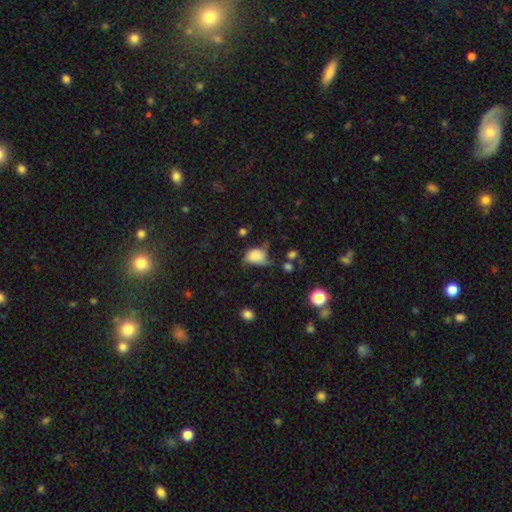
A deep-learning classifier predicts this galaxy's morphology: A smooth galaxy with no disk features (73%) that is in between round and cigar-shaped (67%).

Vote fractions:
- Smooth or featured? smooth: 73% / featured or disk: 17% / star or artifact: 11%
- How rounded? in between: 67% / round: 31% / cigar-shaped: 1%
- Merging? minor disturbance: 32% (tied) / major disturbance: 32% (tied) / none: 28% / merger: 8%